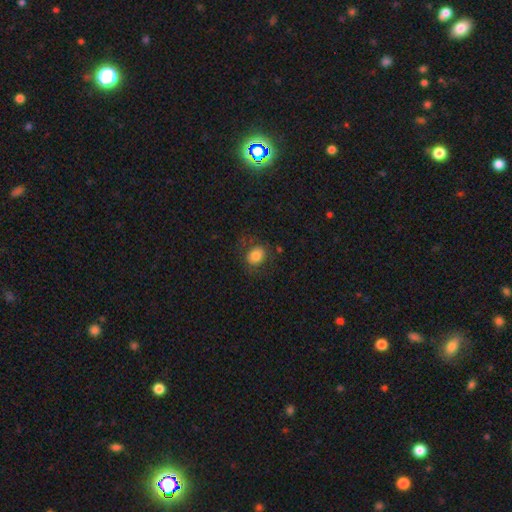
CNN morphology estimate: This appears to be a smooth galaxy with no disk features (79%) that is round (58%). Merging: none (71%).